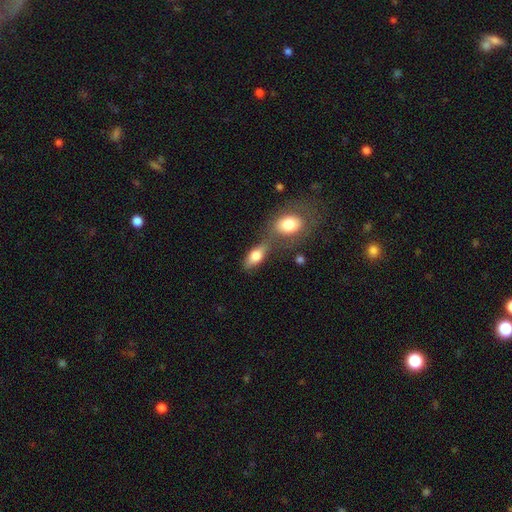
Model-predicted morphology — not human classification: This is likely a smooth galaxy (75%). How rounded: clearly in between (81%). Merging: marginally none (42%).